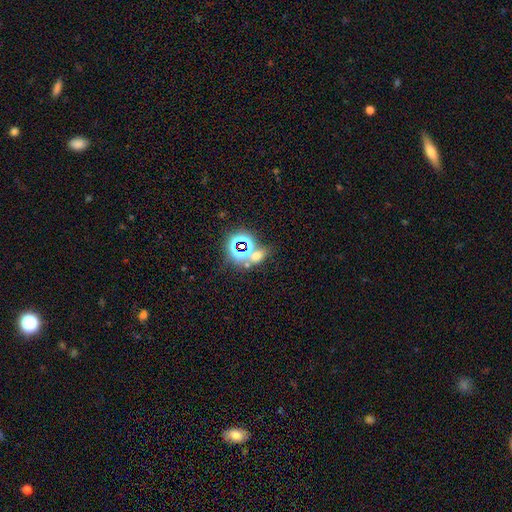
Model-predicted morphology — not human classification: star or artifact 46%, smooth 43%, featured or disk 11%.